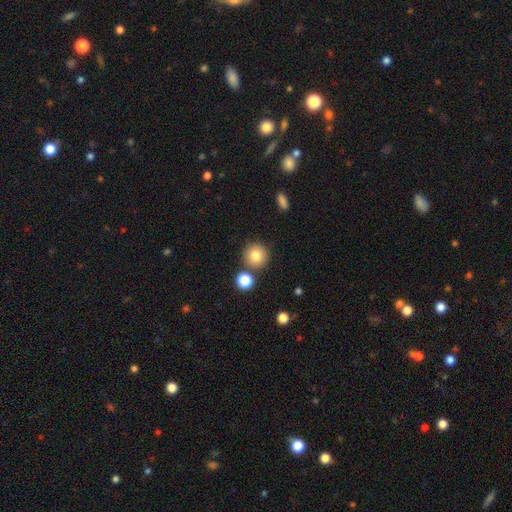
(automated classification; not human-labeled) smooth_or_featured: smooth (p=0.82) [alt: star or artifact p=0.10]
how_rounded: round (p=0.93) [alt: in between p=0.06]
merging: none (p=0.80) [alt: merger p=0.10]